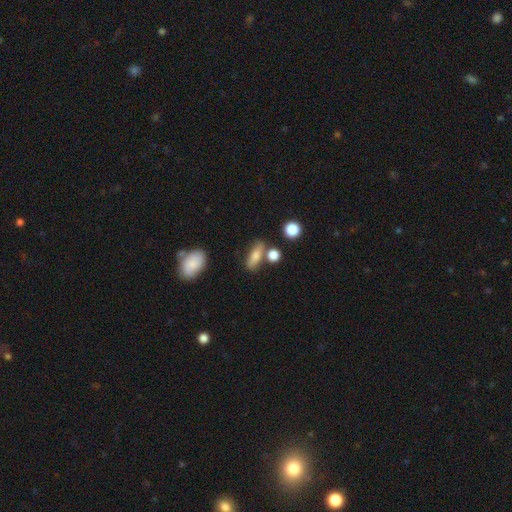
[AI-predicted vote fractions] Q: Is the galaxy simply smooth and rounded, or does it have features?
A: smooth — 69%.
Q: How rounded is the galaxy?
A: in between — 57%.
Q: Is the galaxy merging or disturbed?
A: none — 68%.